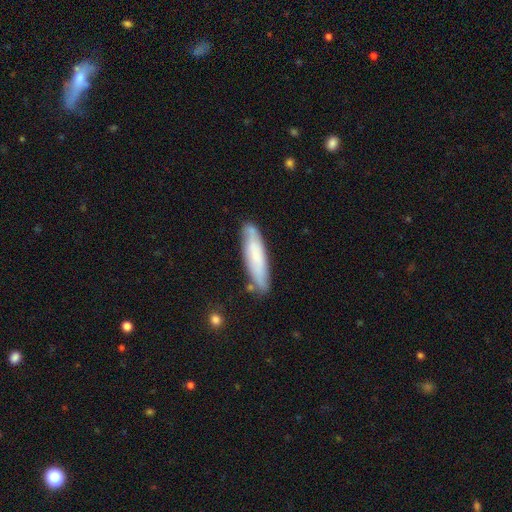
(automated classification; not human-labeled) Morphology: type=smooth (61%); roundness=cigar-shaped (79%); merging=none (77%).